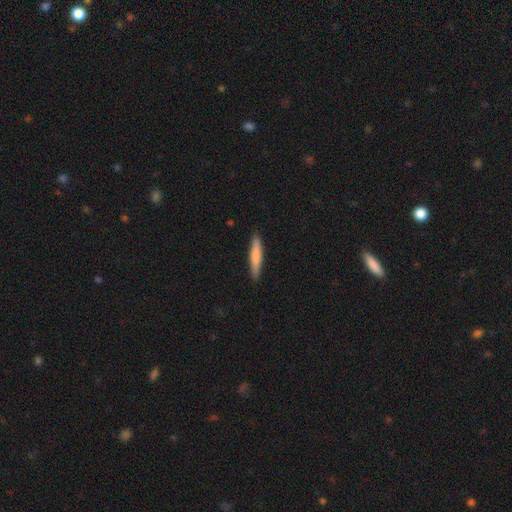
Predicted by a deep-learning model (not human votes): smooth 76%, featured or disk 20%, star or artifact 5%. Down the decision tree: how rounded — cigar-shaped (92%); merging — none (90%).